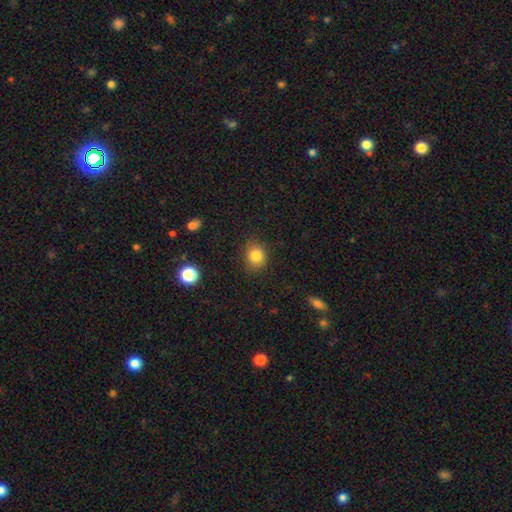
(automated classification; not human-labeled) This appears to be a smooth galaxy with no disk features (84%) that is round (71%). Merging: none (84%).